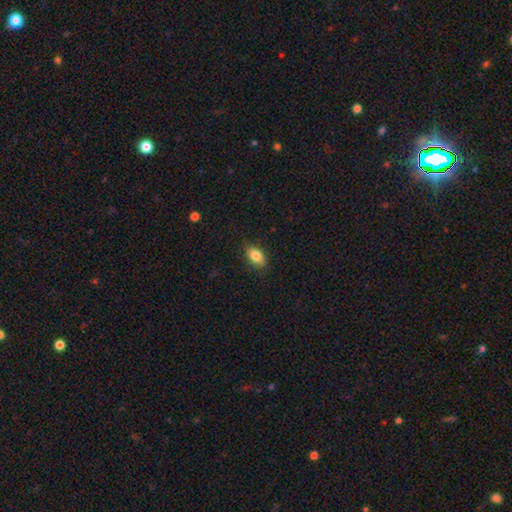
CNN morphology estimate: Smooth or featured? Predicted: smooth (p=0.84). How rounded? Predicted: in between (p=0.87). Merging? Predicted: none (p=0.86).